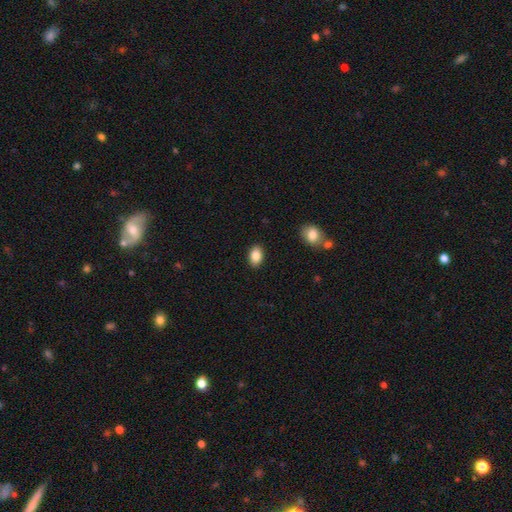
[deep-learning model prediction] Smooth or featured? Predicted: smooth (p=0.85). How rounded? Predicted: in between (p=0.86). Merging? Predicted: none (p=0.89).